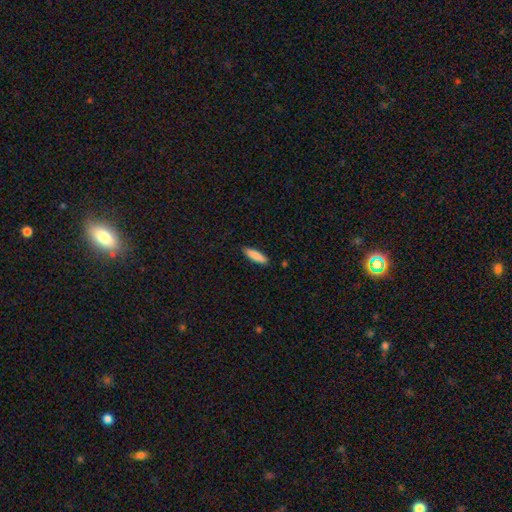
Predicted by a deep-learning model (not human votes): A smooth galaxy with no disk features (87%) that is cigar-shaped (65%).

Vote fractions:
- Smooth or featured? smooth: 87% / featured or disk: 8% / star or artifact: 6%
- How rounded? cigar-shaped: 65% / in between: 33% / round: 1%
- Merging? none: 88% / minor disturbance: 9% / major disturbance: 2% / merger: 1%